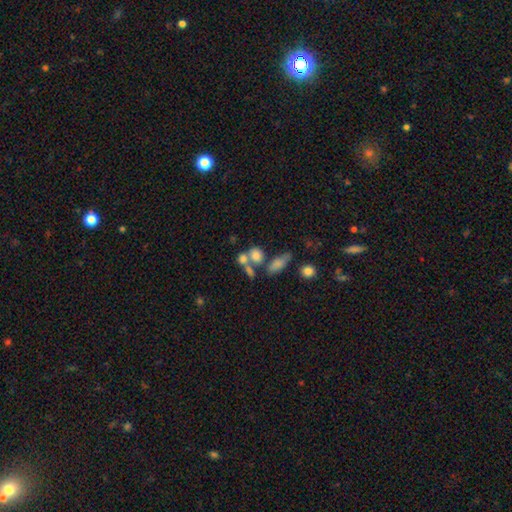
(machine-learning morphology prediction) This appears to be a smooth galaxy with no disk features (72%) that is in between round and cigar-shaped (49%). Merging: merger (47%).